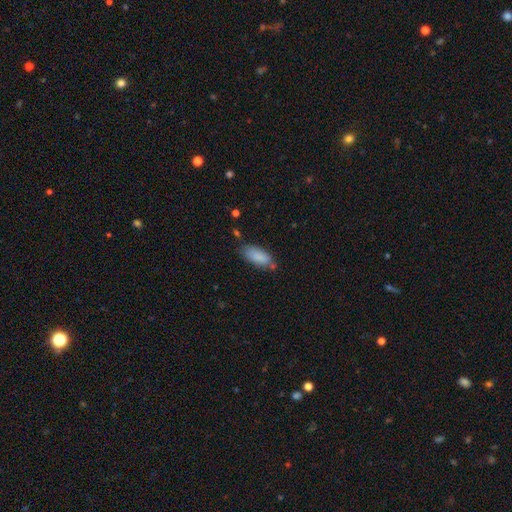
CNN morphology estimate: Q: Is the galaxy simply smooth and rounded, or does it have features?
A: smooth — 87%.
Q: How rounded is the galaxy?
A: in between — 85%.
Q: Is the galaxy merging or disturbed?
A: none — 71%.